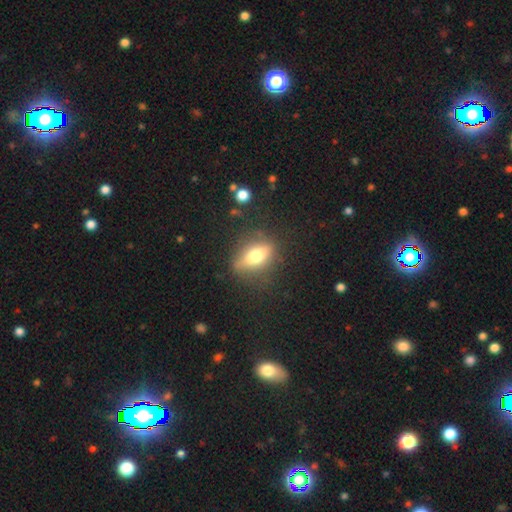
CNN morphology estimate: type=smooth (54%); roundness=in between (64%); merging=none (78%).